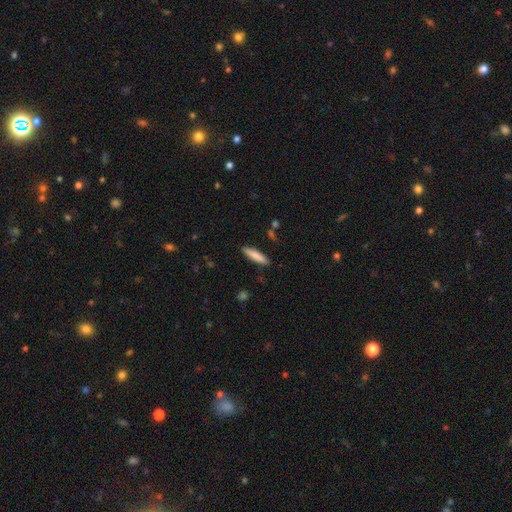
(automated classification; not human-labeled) smooth-or-featured: smooth: 83% | featured or disk: 11% | star or artifact: 6%
  how-rounded: cigar-shaped: 80% | in between: 18% | round: 1%
  merging: none: 88% | minor disturbance: 9% | major disturbance: 2% | merger: 2%